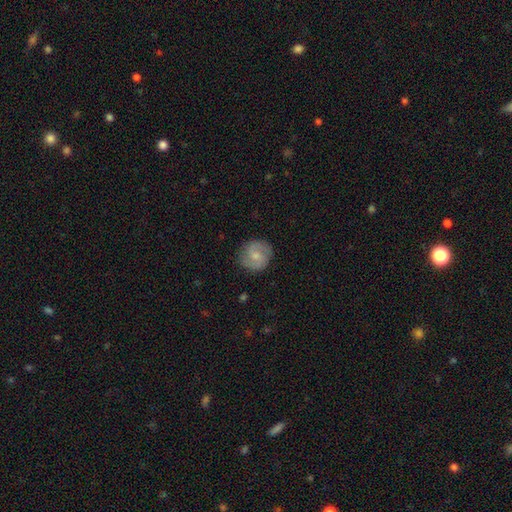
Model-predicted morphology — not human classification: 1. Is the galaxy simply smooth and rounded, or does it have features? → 57% featured or disk, 36% smooth, 7% star or artifact.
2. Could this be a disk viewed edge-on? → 98% no, 2% yes.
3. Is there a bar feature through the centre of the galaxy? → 46% no (tied), 46% weak (tied), 8% strong.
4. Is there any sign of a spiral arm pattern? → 90% yes, 10% no.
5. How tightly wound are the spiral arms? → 49% medium, 33% tight, 18% loose.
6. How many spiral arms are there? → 86% 2, 7% can't tell, 2% 3, 2% 1, 1% 4, 1% more than 4.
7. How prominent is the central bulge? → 50% small, 38% moderate, 9% none, 2% large, 1% dominant.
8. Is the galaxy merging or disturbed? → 84% none, 11% minor disturbance, 3% major disturbance, 1% merger.